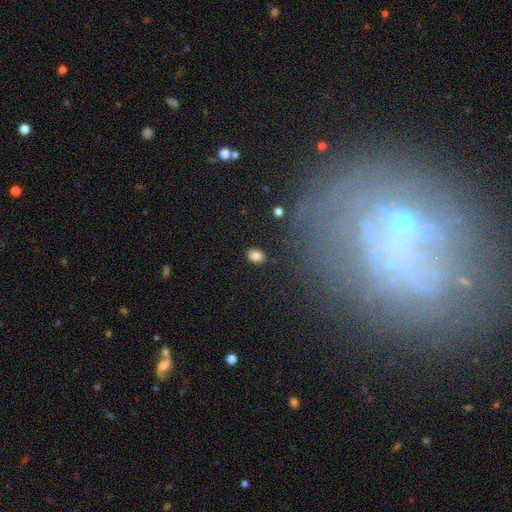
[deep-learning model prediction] The model was most divided on "how rounded": in between: 69%, round: 30%, cigar-shaped: 1%. More confident: merging — none (87%); smooth or featured — smooth (84%).